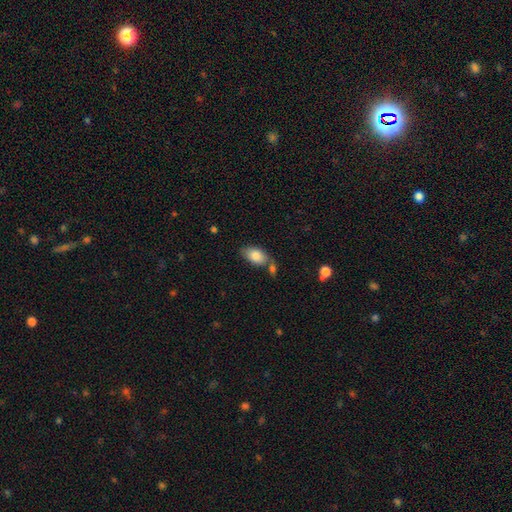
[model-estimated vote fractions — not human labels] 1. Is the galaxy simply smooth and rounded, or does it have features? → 82% smooth, 11% featured or disk, 7% star or artifact.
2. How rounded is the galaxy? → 93% in between, 5% round, 2% cigar-shaped.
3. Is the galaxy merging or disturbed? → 60% none, 19% merger, 17% minor disturbance, 5% major disturbance.